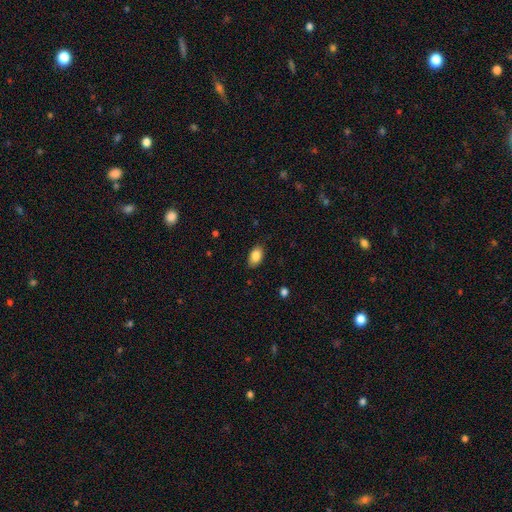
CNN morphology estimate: The model was most divided on "merging": none: 84%, minor disturbance: 13%, major disturbance: 3%, merger: 1%. More confident: how rounded — in between (91%); smooth or featured — smooth (87%).